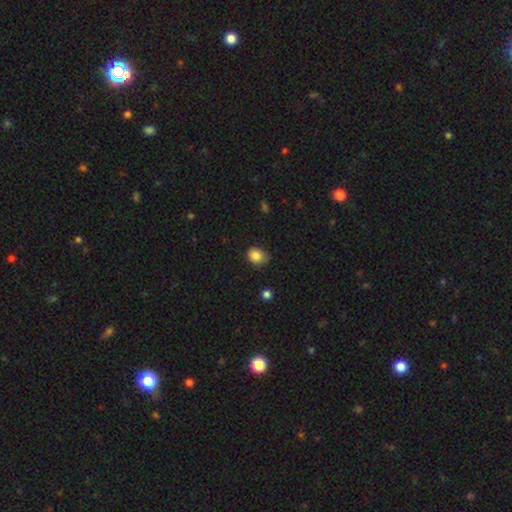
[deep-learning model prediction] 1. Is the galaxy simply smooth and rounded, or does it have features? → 84% smooth, 10% star or artifact, 6% featured or disk.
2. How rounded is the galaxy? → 55% round, 44% in between, 1% cigar-shaped.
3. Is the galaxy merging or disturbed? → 65% none, 28% minor disturbance, 5% major disturbance, 2% merger.